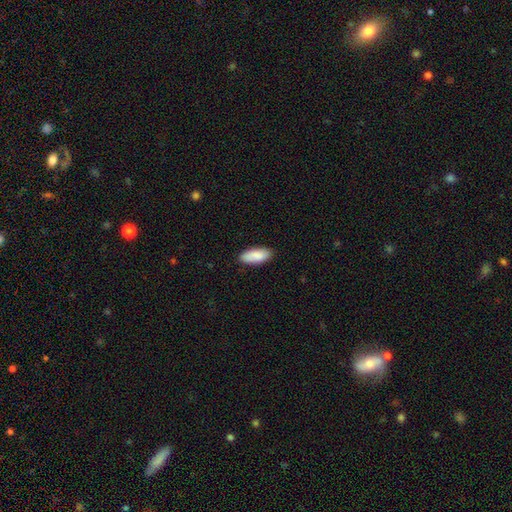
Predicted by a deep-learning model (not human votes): Smooth or featured?
  - smooth: 89% *
  - featured or disk: 6%
  - star or artifact: 6%
How rounded?
  - in between: 82% *
  - cigar-shaped: 16%
  - round: 2%
Merging?
  - none: 86% *
  - minor disturbance: 11%
  - major disturbance: 2%
  - merger: 1%